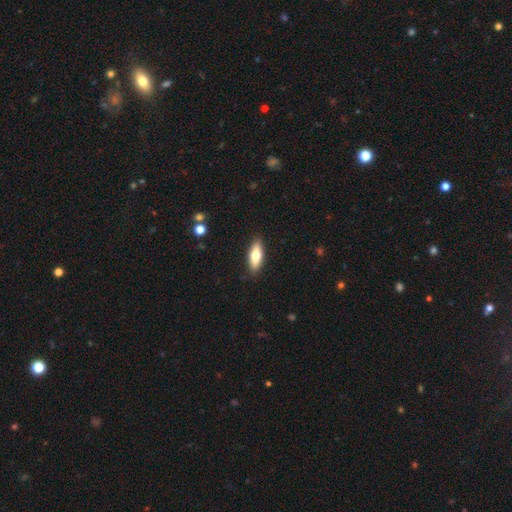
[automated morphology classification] Smooth or featured?
  - smooth: 67% *
  - featured or disk: 27%
  - star or artifact: 6%
How rounded?
  - in between: 65% *
  - cigar-shaped: 33%
  - round: 3%
Merging?
  - none: 89% *
  - minor disturbance: 8%
  - major disturbance: 2%
  - merger: 1%